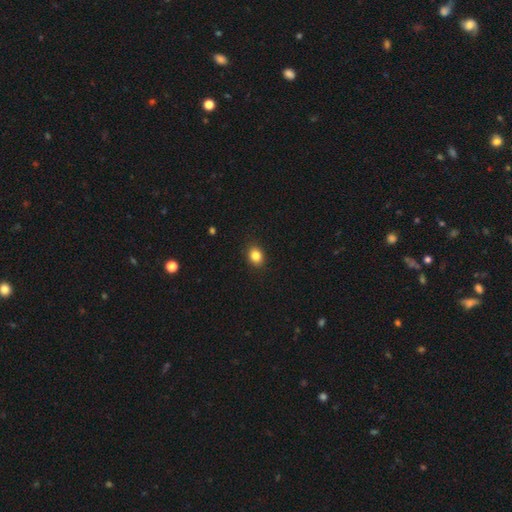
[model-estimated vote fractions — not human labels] This appears to be a smooth galaxy with no disk features (85%) that is round (53%). Merging: none (90%).